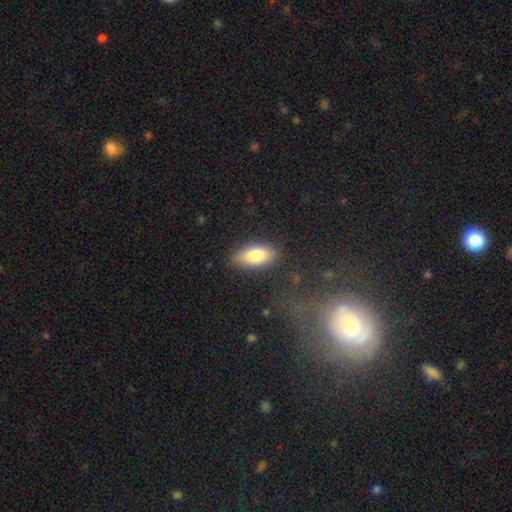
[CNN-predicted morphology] A smooth galaxy with no disk features (83%) that is in between round and cigar-shaped (86%).

Vote fractions:
- Smooth or featured? smooth: 83% / featured or disk: 11% / star or artifact: 7%
- How rounded? in between: 86% / cigar-shaped: 11% / round: 3%
- Merging? none: 84% / minor disturbance: 11% / major disturbance: 3% / merger: 1%